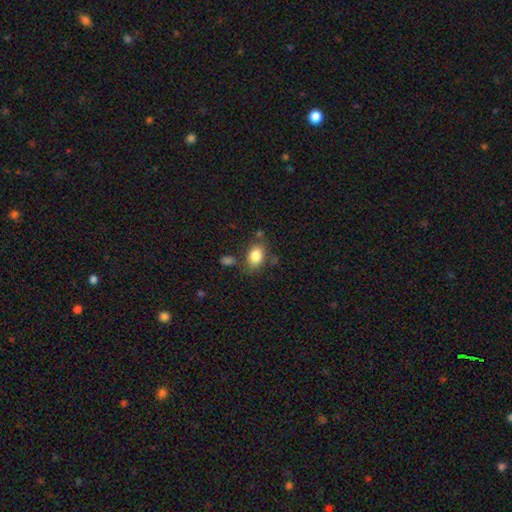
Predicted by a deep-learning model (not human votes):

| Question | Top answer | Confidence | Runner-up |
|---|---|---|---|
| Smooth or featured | smooth | 84% | star or artifact (8%) |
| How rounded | in between | 75% | round (23%) |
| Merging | none | 70% | minor disturbance (17%) |